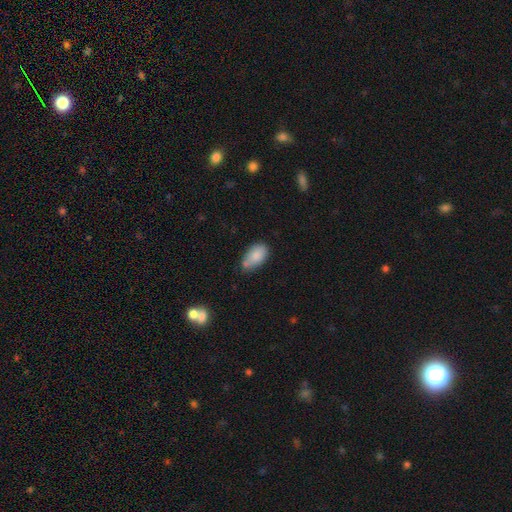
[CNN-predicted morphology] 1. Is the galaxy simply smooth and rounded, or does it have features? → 83% smooth, 9% featured or disk, 7% star or artifact.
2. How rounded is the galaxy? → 92% in between, 5% round, 2% cigar-shaped.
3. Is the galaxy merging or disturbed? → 55% none, 28% minor disturbance, 12% merger, 5% major disturbance.